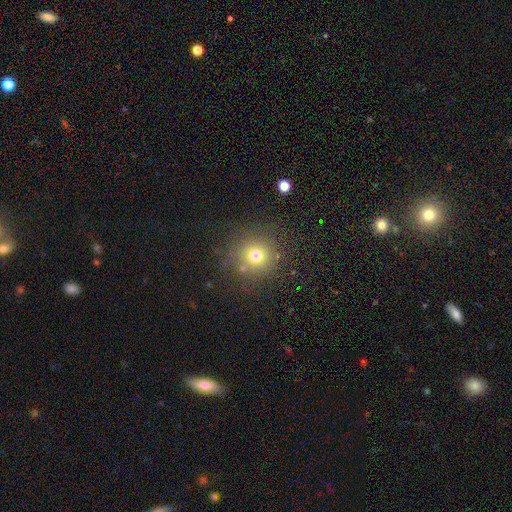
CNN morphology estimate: Smooth or featured? smooth (70%)
How rounded? round (92%)
Merging? none (82%)